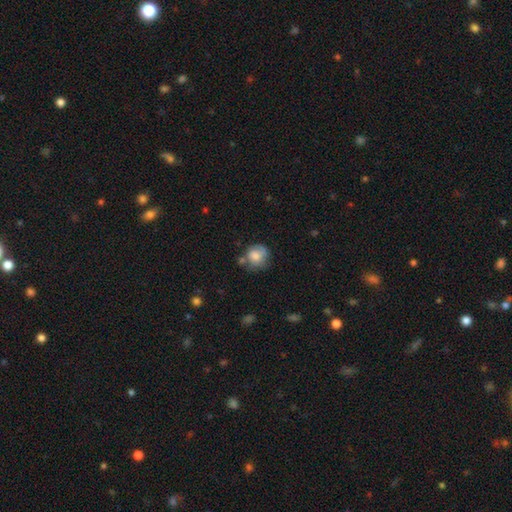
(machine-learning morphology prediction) Smooth or featured: smooth — 74% (featured or disk — 17%)
How rounded: round — 81% (in between — 18%)
Merging: none — 54% (minor disturbance — 26%)